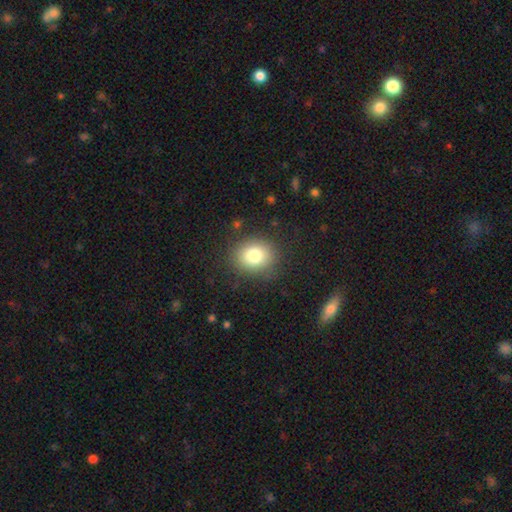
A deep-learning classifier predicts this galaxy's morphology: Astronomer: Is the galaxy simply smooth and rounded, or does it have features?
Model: smooth — 80%.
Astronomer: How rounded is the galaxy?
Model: round — 65%.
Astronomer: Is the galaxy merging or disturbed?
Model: none — 87%.